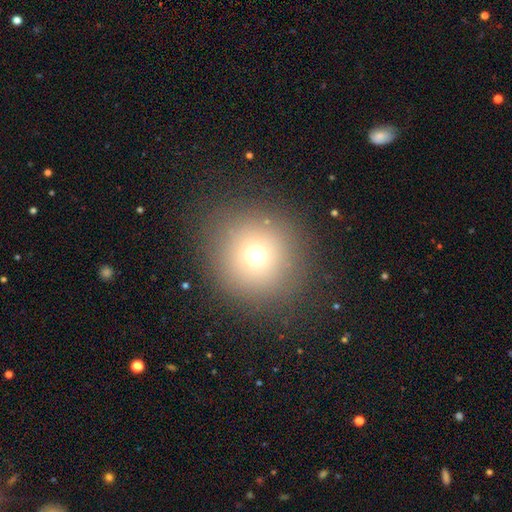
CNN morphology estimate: Smooth or featured: smooth — 69% (star or artifact — 20%)
How rounded: round — 92% (in between — 7%)
Merging: none — 86% (minor disturbance — 8%)